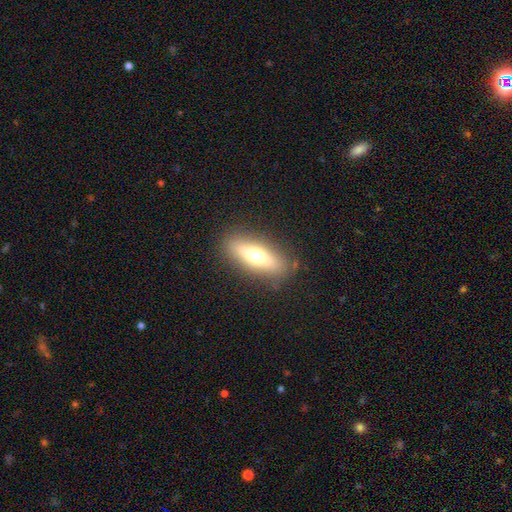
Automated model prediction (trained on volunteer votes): Smooth or featured: smooth — 58% (featured or disk — 35%)
How rounded: in between — 51% (cigar-shaped — 46%)
Merging: none — 86% (minor disturbance — 10%)